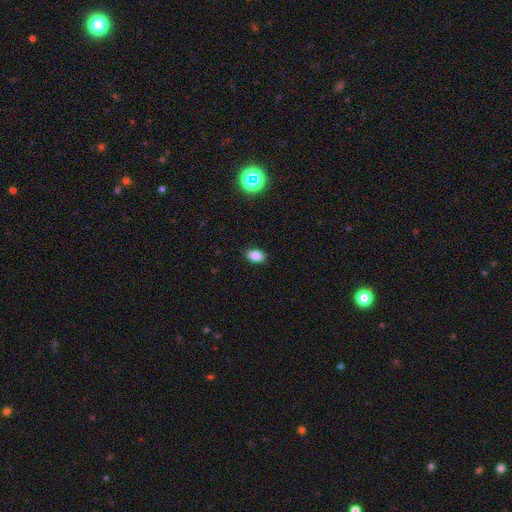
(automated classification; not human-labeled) A smooth galaxy with no disk features (85%) that is in between round and cigar-shaped (88%).

Vote fractions:
- Smooth or featured? smooth: 85% / star or artifact: 10% / featured or disk: 5%
- How rounded? in between: 88% / round: 11% / cigar-shaped: 2%
- Merging? none: 88% / minor disturbance: 9% / major disturbance: 2% / merger: 1%